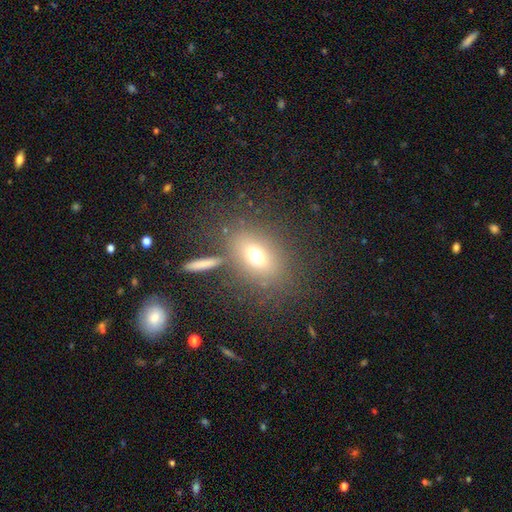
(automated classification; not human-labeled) Smooth or featured: smooth — 69% (featured or disk — 16%)
How rounded: in between — 66% (round — 30%)
Merging: none — 71% (minor disturbance — 12%)